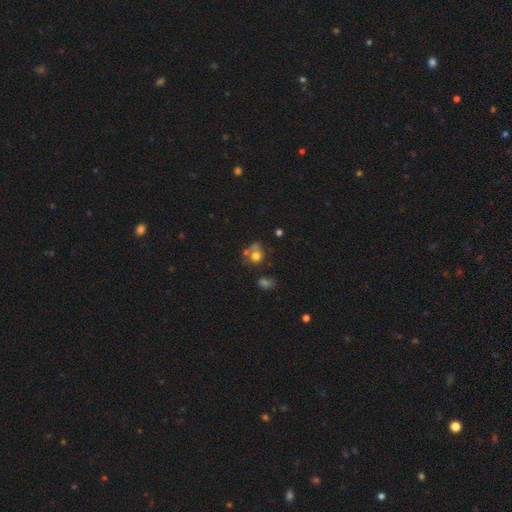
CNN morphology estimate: A smooth galaxy with no disk features (67%) that is round (68%).

Vote fractions:
- Smooth or featured? smooth: 67% / featured or disk: 20% / star or artifact: 13%
- How rounded? round: 68% / in between: 31% / cigar-shaped: 1%
- Merging? none: 38% / merger: 32% / minor disturbance: 17% / major disturbance: 13%